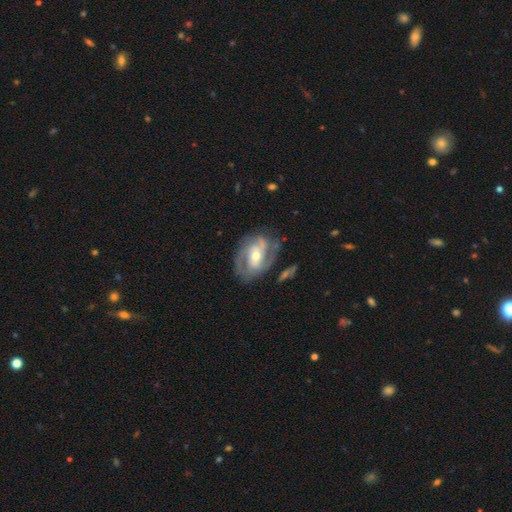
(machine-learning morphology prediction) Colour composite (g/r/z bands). It shows a featured or disk galaxy (85%) with a weak bar (38%), 2 (63%) medium (46%) spiral arms (93%) and a moderate central bulge (62%). Merging: none (69%).